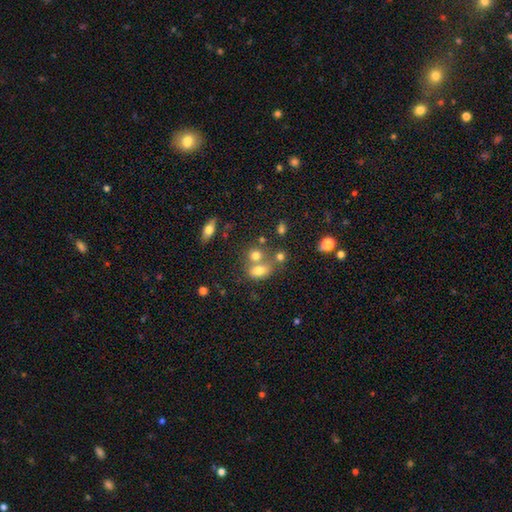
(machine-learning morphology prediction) This appears to be a smooth galaxy with no disk features (71%) that is in between round and cigar-shaped (49%, tied with round). Merging: merger (43%).